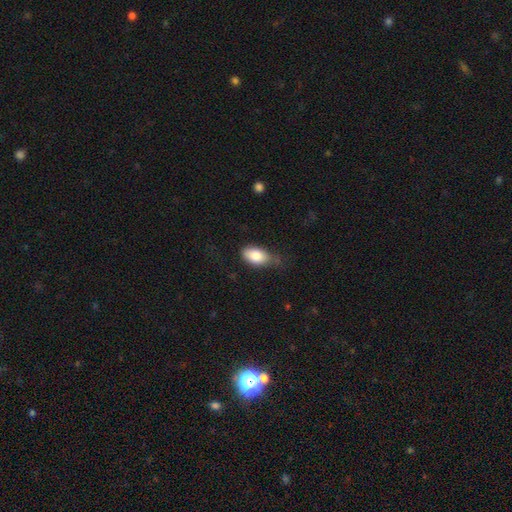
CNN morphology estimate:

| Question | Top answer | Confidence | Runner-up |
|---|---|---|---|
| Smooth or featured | smooth | 83% | featured or disk (10%) |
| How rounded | in between | 91% | round (6%) |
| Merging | none | 53% | minor disturbance (35%) |